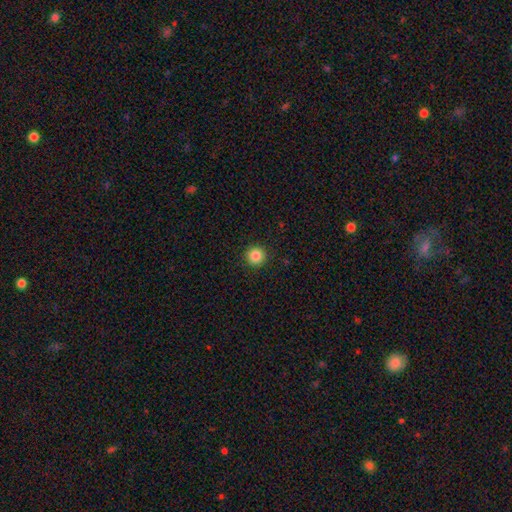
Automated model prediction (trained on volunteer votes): Smooth or featured? Predicted: smooth (p=0.85). How rounded? Predicted: round (p=0.95). Merging? Predicted: none (p=0.92).